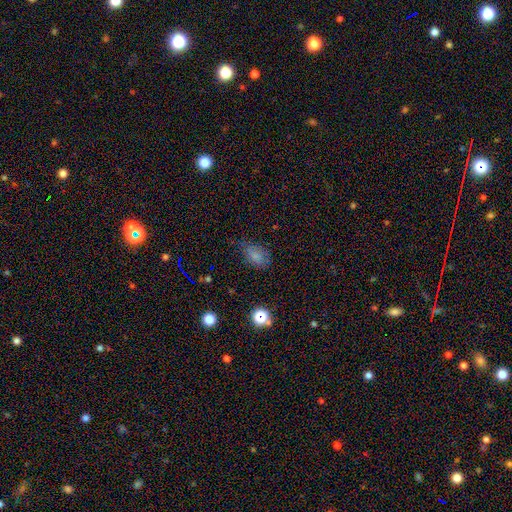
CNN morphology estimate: Smooth or featured?
  - smooth: 74% *
  - star or artifact: 16%
  - featured or disk: 10%
How rounded?
  - in between: 84% *
  - round: 14%
  - cigar-shaped: 2%
Merging?
  - none: 66% *
  - minor disturbance: 25%
  - major disturbance: 7%
  - merger: 2%